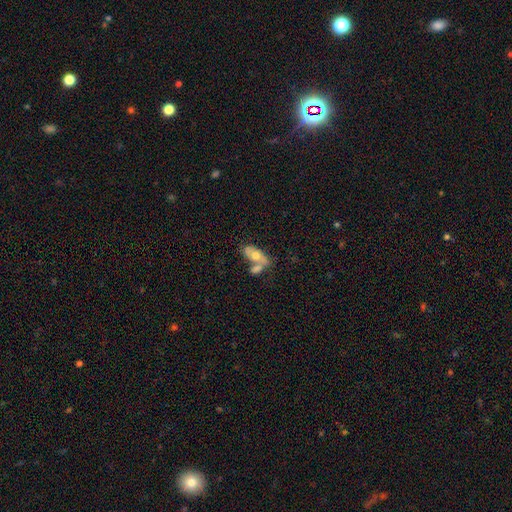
This is possibly a featured or disk galaxy (56%). It is clearly not viewed edge-on (86%). Bar: clearly no (95%). Spiral arm pattern: likely no (74%). Central bulge: clearly moderate (84%). Merging: marginally merger (42%).